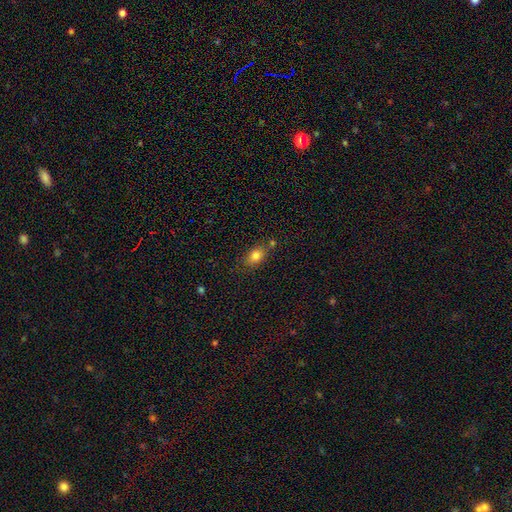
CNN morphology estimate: Smooth or featured? smooth (81%)
How rounded? in between (76%)
Merging? none (68%)